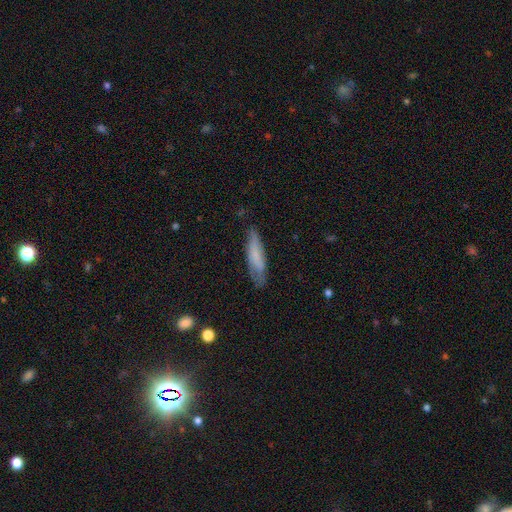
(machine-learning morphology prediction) The model was most divided on "smooth or featured": smooth: 67%, featured or disk: 27%, star or artifact: 7%. More confident: how rounded — cigar-shaped (75%); merging — none (70%).